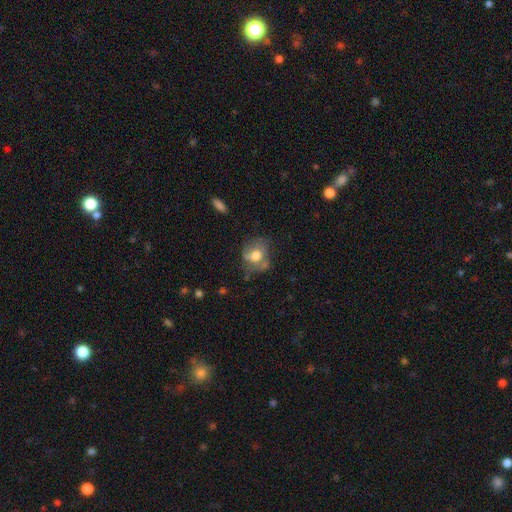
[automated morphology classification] Smooth or featured?
  - smooth: 53% *
  - featured or disk: 38%
  - star or artifact: 9%
How rounded?
  - round: 57% *
  - in between: 42%
  - cigar-shaped: 1%
Merging?
  - none: 47% *
  - minor disturbance: 28%
  - major disturbance: 19%
  - merger: 6%